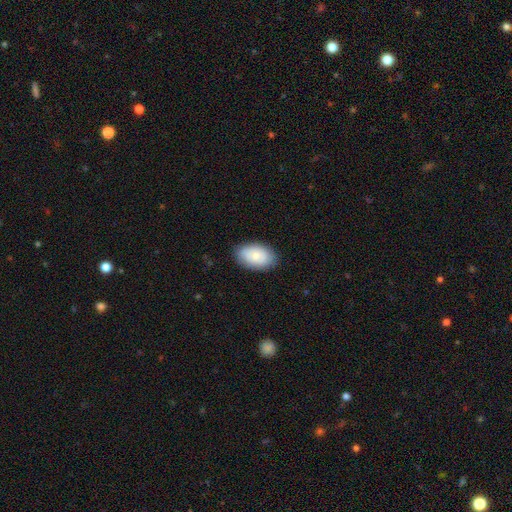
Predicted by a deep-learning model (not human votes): smooth 74%, featured or disk 19%, star or artifact 7%. Down the decision tree: how rounded — in between (91%); merging — none (84%).